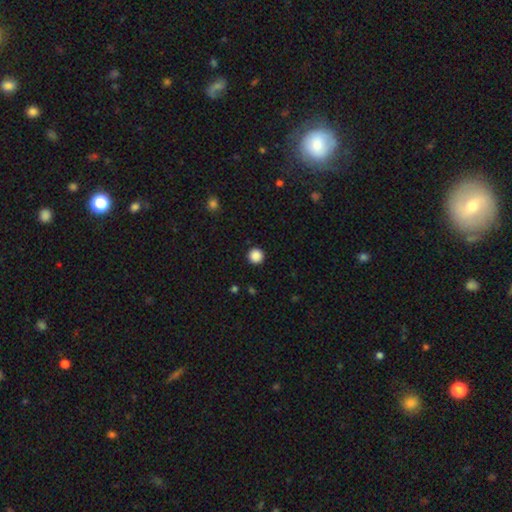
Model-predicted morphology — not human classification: The model was most divided on "smooth or featured": smooth: 88%, star or artifact: 10%, featured or disk: 2%. More confident: how rounded — round (96%); merging — none (93%).